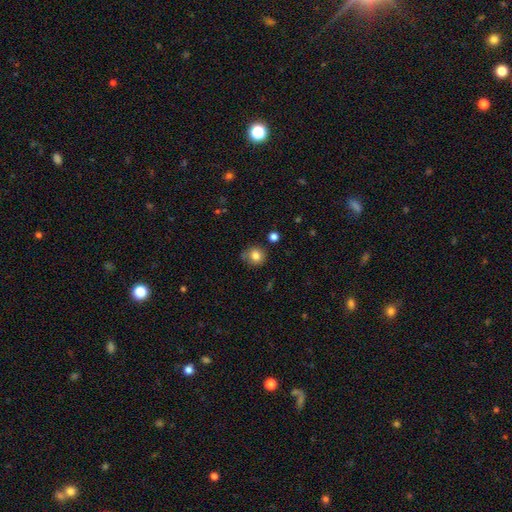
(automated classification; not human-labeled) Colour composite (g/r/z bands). It shows a smooth galaxy with no disk features (82%) that is round (88%). Merging: none (73%).